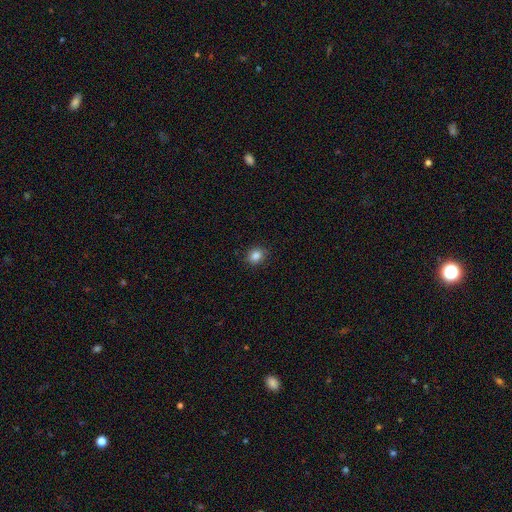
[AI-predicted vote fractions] A smooth galaxy with no disk features (85%) that is round (64%).

Vote fractions:
- Smooth or featured? smooth: 85% / star or artifact: 10% / featured or disk: 5%
- How rounded? round: 64% / in between: 35% / cigar-shaped: 1%
- Merging? none: 88% / minor disturbance: 8% / major disturbance: 2% / merger: 1%